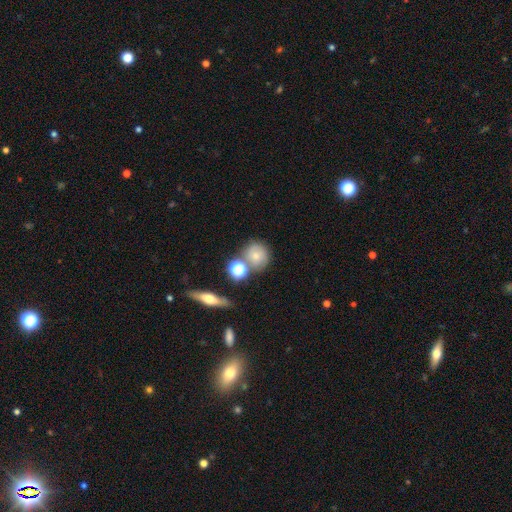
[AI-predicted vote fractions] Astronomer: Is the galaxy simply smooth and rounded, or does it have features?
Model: smooth — 61%.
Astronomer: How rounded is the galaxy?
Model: round — 84%.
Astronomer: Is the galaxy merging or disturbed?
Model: none — 62%.